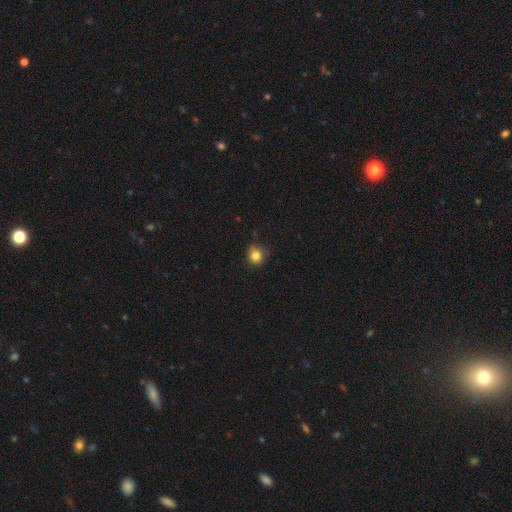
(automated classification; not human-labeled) Smooth or featured? smooth (82%)
How rounded? round (84%)
Merging? none (67%)